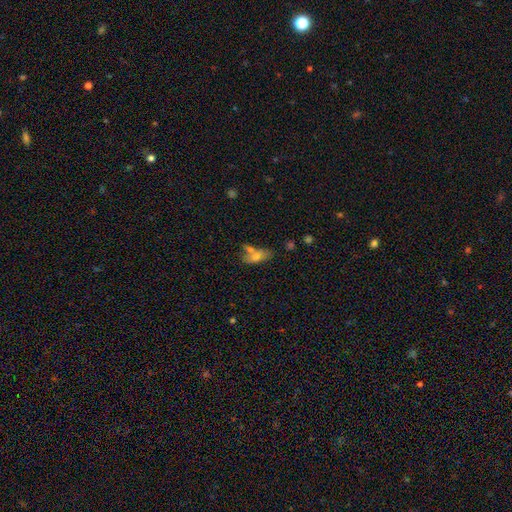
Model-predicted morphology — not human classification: Smooth or featured? Predicted: smooth (p=0.64). How rounded? Predicted: in between (p=0.73). Merging? Predicted: none (p=0.44).